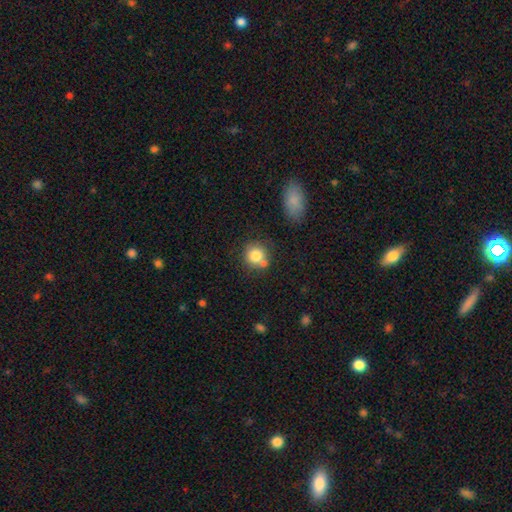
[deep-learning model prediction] smooth 81%, featured or disk 10%, star or artifact 10%. Down the decision tree: how rounded — round (88%); merging — none (63%).